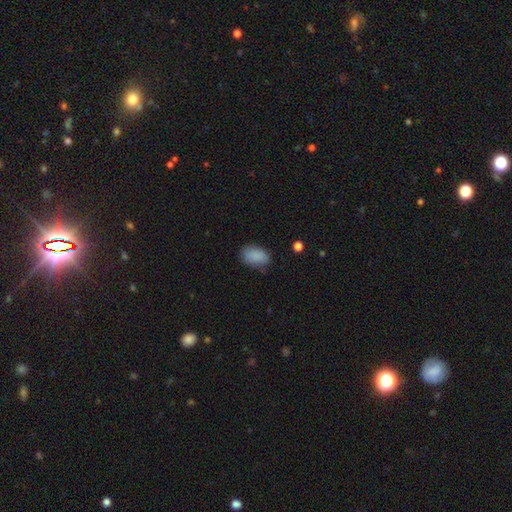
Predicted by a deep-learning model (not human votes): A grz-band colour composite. It shows a smooth galaxy with no disk features (88%) that is in between round and cigar-shaped (90%). Merging: none (71%).